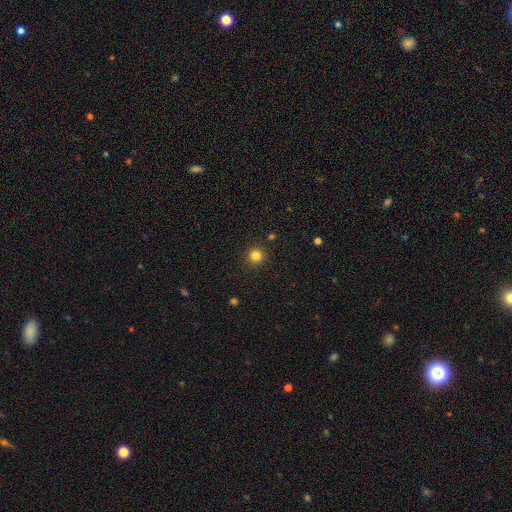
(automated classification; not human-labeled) This is clearly a smooth galaxy (82%). How rounded: clearly round (94%). Merging: clearly none (91%).